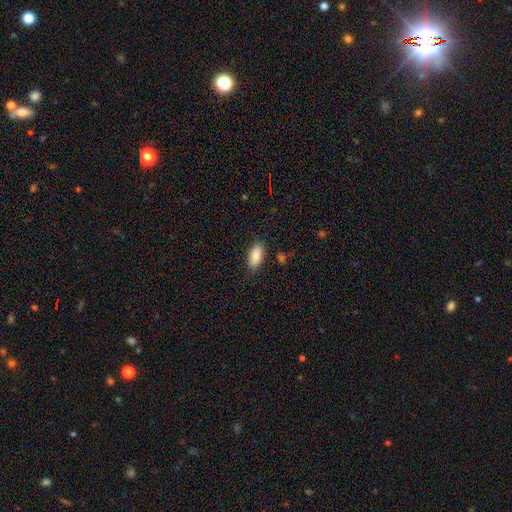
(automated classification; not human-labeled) The model was most divided on "merging": none: 84%, minor disturbance: 11%, major disturbance: 3%, merger: 2%. More confident: smooth or featured — smooth (88%); how rounded — in between (88%).